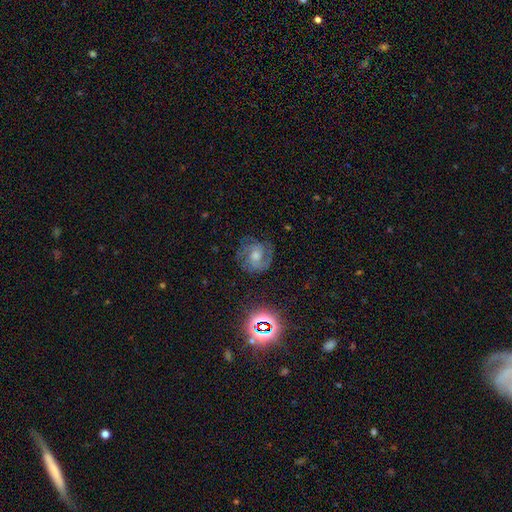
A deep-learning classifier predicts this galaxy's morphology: Smooth or featured: featured or disk — 72% (star or artifact — 17%)
Edge-on disk: no — 98% (yes — 2%)
Bar: no — 49% (weak — 40%)
Spiral arms: yes — 96% (no — 4%)
Spiral winding: tight — 49% (medium — 42%)
Spiral arm count: 2 — 55% (3 — 17%)
Bulge size: moderate — 57% (small — 34%)
Merging: none — 78% (minor disturbance — 14%)